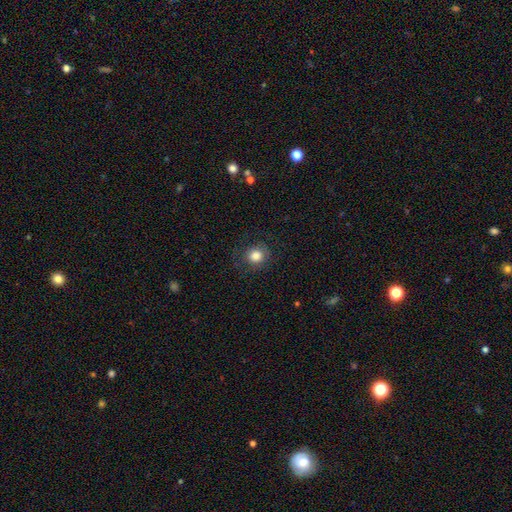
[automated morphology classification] Smooth or featured?
  - smooth: 83% *
  - star or artifact: 10%
  - featured or disk: 7%
How rounded?
  - round: 86% *
  - in between: 13%
  - cigar-shaped: 1%
Merging?
  - none: 83% *
  - minor disturbance: 11%
  - major disturbance: 5%
  - merger: 1%